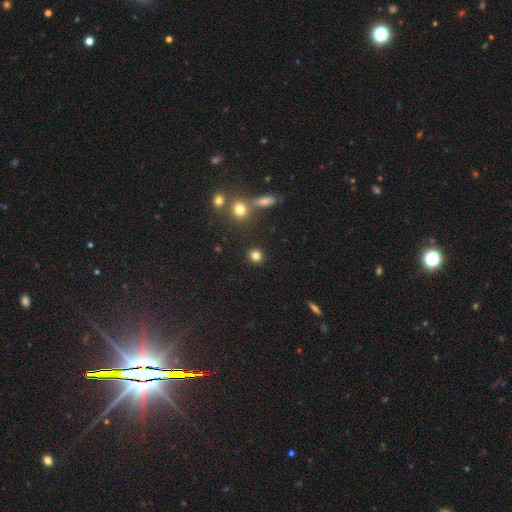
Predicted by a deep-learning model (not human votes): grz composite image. It shows a smooth galaxy with no disk features (82%) that is round (87%). Merging: none (87%).